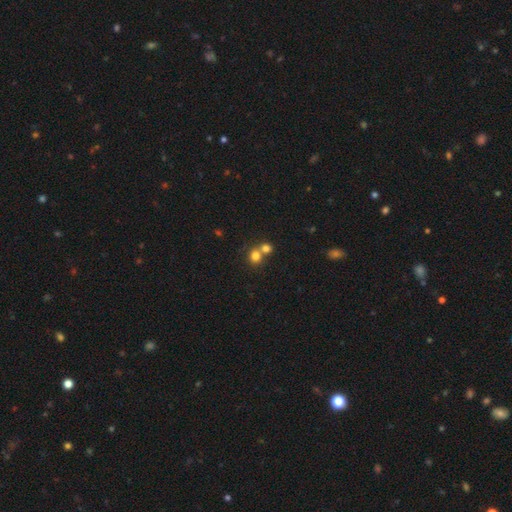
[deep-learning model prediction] This is likely a smooth galaxy (78%). How rounded: clearly round (83%). Merging: possibly merger (48%).